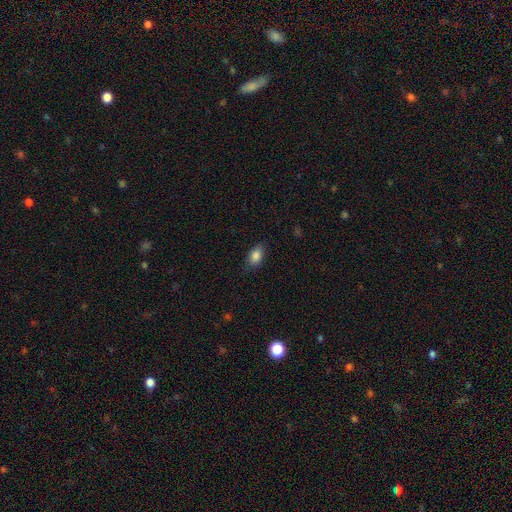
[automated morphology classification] type=smooth (84%); roundness=in between (86%); merging=none (80%).